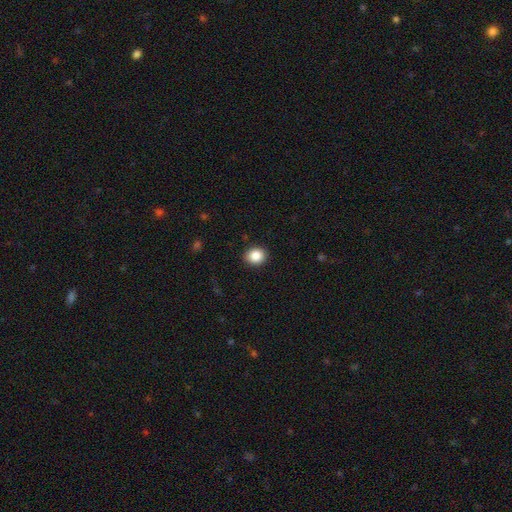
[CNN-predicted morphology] type=smooth (87%); roundness=round (76%); merging=none (91%).